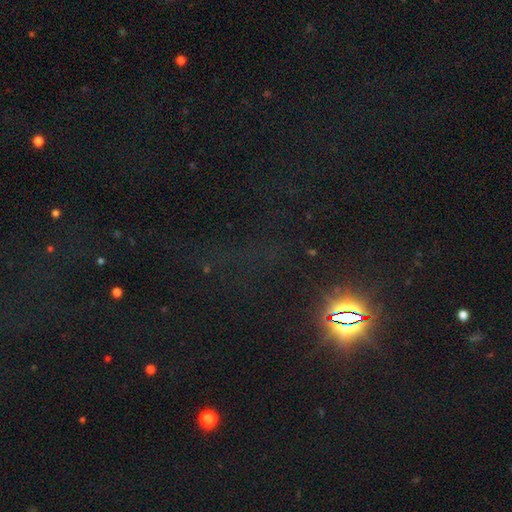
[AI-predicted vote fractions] Q: Smooth or featured?
A: star or artifact (79%); runner-up: smooth (13%)